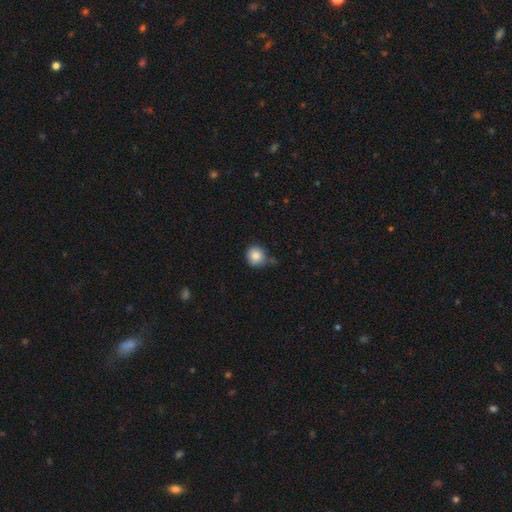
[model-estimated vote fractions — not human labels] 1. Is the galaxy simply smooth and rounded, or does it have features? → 83% smooth, 10% star or artifact, 7% featured or disk.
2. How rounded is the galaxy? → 92% round, 7% in between, 1% cigar-shaped.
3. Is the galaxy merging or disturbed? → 69% none, 20% minor disturbance, 7% merger, 4% major disturbance.